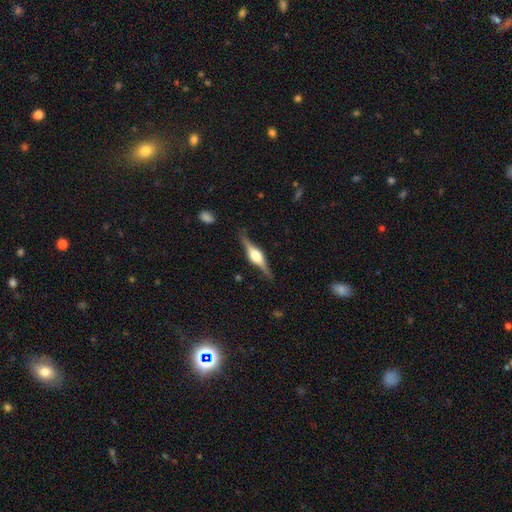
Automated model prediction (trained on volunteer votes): Q: Smooth or featured?
A: featured or disk (83%); runner-up: smooth (12%)
Q: Edge-on disk?
A: yes (98%); runner-up: no (2%)
Q: Edge-on bulge?
A: rounded (91%); runner-up: boxy (7%)
Q: Merging?
A: none (87%); runner-up: minor disturbance (9%)